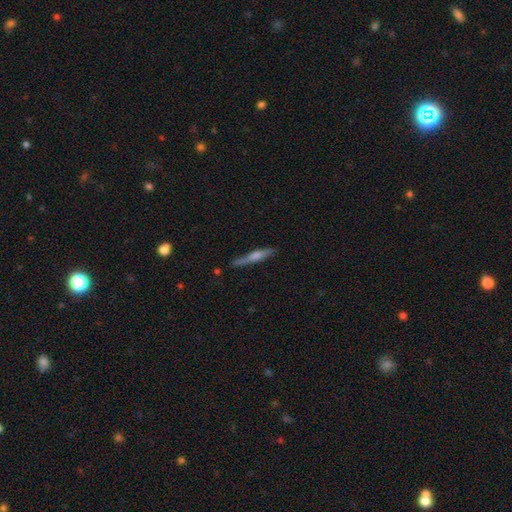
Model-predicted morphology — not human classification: smooth_or_featured: featured or disk (p=0.64) [alt: smooth p=0.29]
disk_edge_on: yes (p=0.96) [alt: no p=0.04]
edge_on_bulge: rounded (p=0.73) [alt: none p=0.14]
merging: none (p=0.84) [alt: minor disturbance p=0.12]